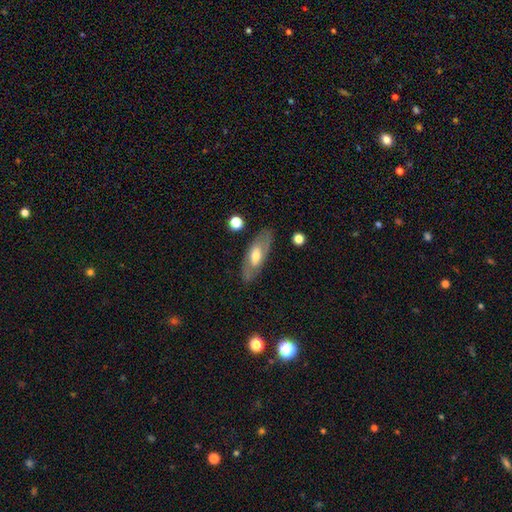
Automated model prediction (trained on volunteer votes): This is possibly a featured or disk galaxy (48%). Merging: clearly none (81%).